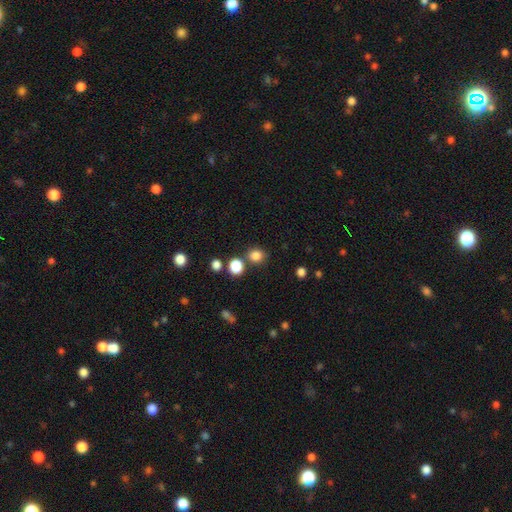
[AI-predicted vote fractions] Smooth or featured?
  - smooth: 82% *
  - star or artifact: 13%
  - featured or disk: 5%
How rounded?
  - round: 79% *
  - in between: 20%
  - cigar-shaped: 1%
Merging?
  - none: 76% *
  - merger: 12%
  - minor disturbance: 9%
  - major disturbance: 3%